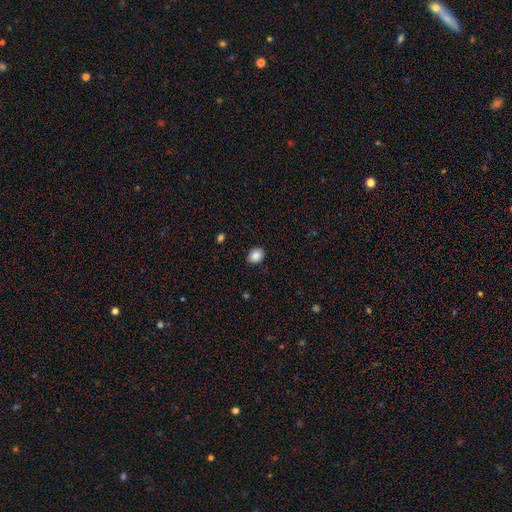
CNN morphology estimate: smooth-or-featured: smooth: 88% | star or artifact: 8% | featured or disk: 4%
  how-rounded: in between: 60% | round: 39% | cigar-shaped: 1%
  merging: none: 87% | minor disturbance: 9% | major disturbance: 2% | merger: 1%